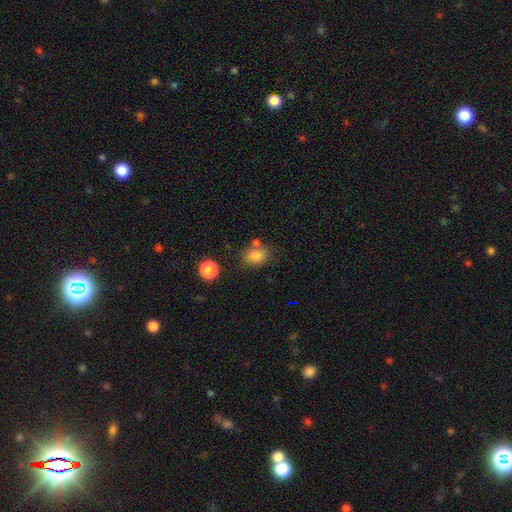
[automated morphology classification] A smooth galaxy with no disk features (83%) that is in between round and cigar-shaped (65%).

Vote fractions:
- Smooth or featured? smooth: 83% / star or artifact: 11% / featured or disk: 6%
- How rounded? in between: 65% / round: 33% / cigar-shaped: 1%
- Merging? none: 65% / minor disturbance: 16% / merger: 14% / major disturbance: 5%